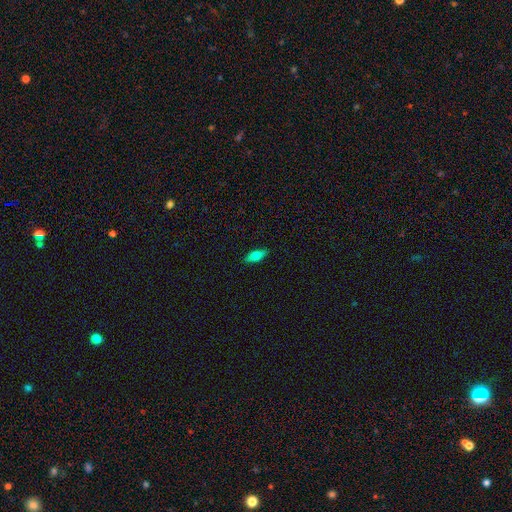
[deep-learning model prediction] smooth_or_featured: smooth (p=0.71) [alt: featured or disk p=0.22]
how_rounded: in between (p=0.67) [alt: cigar-shaped p=0.30]
merging: none (p=0.87) [alt: minor disturbance p=0.10]